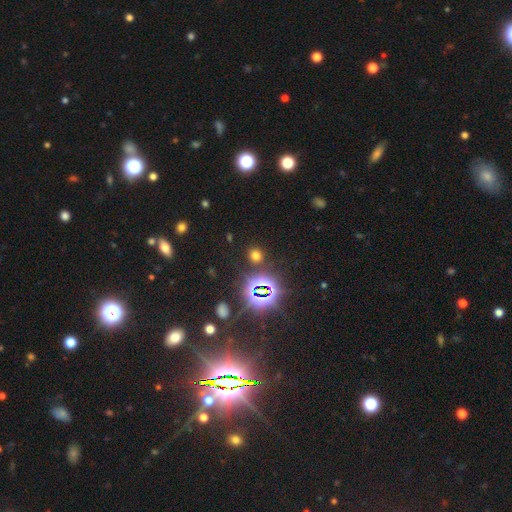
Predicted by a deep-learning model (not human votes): The model was most divided on "smooth or featured": smooth: 57%, star or artifact: 37%, featured or disk: 7%. More confident: merging — none (85%); how rounded — round (78%).